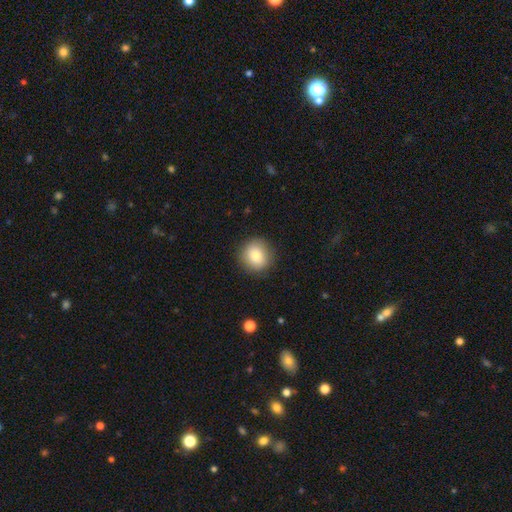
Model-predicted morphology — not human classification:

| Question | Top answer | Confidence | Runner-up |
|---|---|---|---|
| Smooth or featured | smooth | 81% | featured or disk (10%) |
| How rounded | round | 89% | in between (10%) |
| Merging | none | 88% | minor disturbance (8%) |